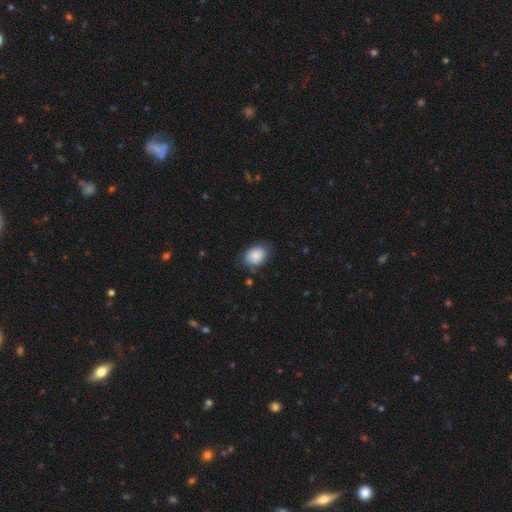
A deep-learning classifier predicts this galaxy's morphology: smooth_or_featured: smooth (p=0.85) [alt: featured or disk p=0.08]
how_rounded: in between (p=0.66) [alt: round p=0.33]
merging: none (p=0.71) [alt: minor disturbance p=0.22]